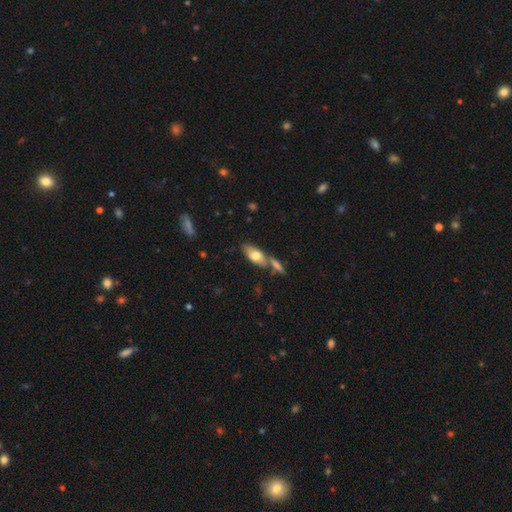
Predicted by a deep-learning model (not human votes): Smooth or featured?
  - smooth: 69% *
  - featured or disk: 25%
  - star or artifact: 6%
How rounded?
  - in between: 82% *
  - cigar-shaped: 15%
  - round: 3%
Merging?
  - none: 52% *
  - merger: 31%
  - minor disturbance: 13%
  - major disturbance: 4%